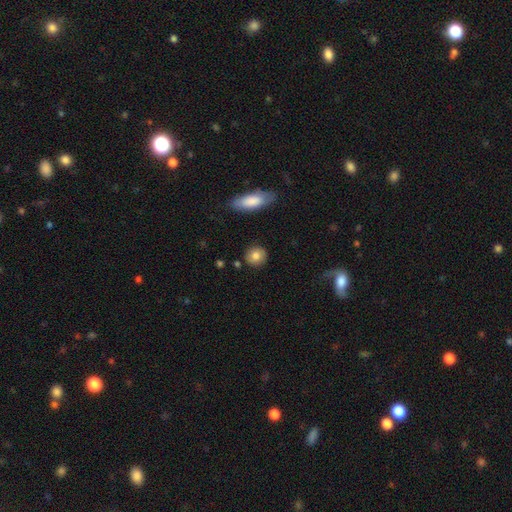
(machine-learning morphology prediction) Overall: smooth (81%). How rounded: round (88%). Merging: none (87%).